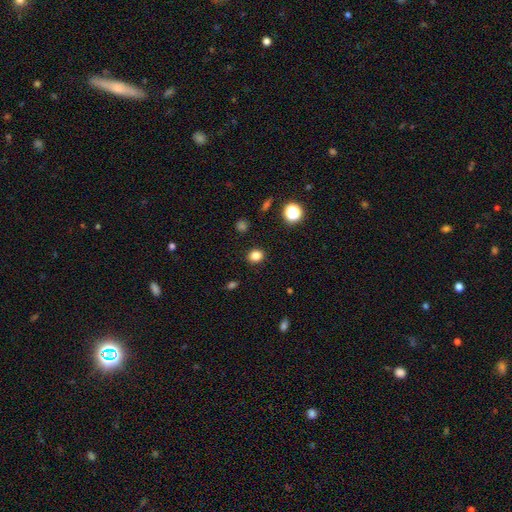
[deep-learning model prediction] Smooth or featured? smooth (82%)
How rounded? round (63%)
Merging? none (90%)